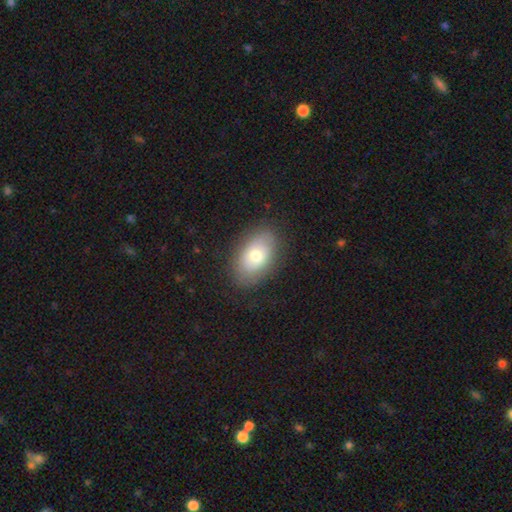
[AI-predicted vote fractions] Q: Smooth or featured?
A: smooth (71%); runner-up: featured or disk (21%)
Q: How rounded?
A: in between (90%); runner-up: round (8%)
Q: Merging?
A: none (83%); runner-up: minor disturbance (13%)